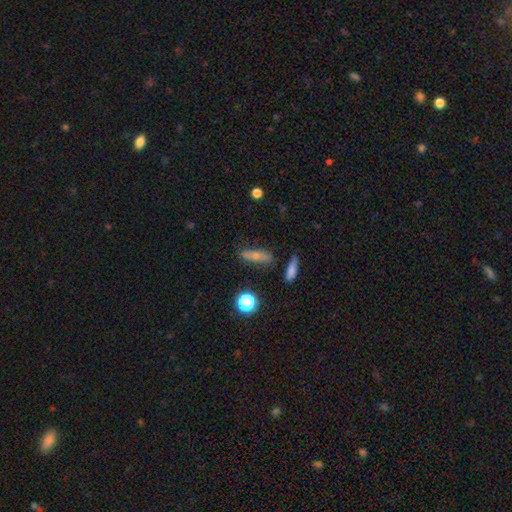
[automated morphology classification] Smooth or featured? Predicted: smooth (p=0.60). How rounded? Predicted: cigar-shaped (p=0.52). Merging? Predicted: none (p=0.76).